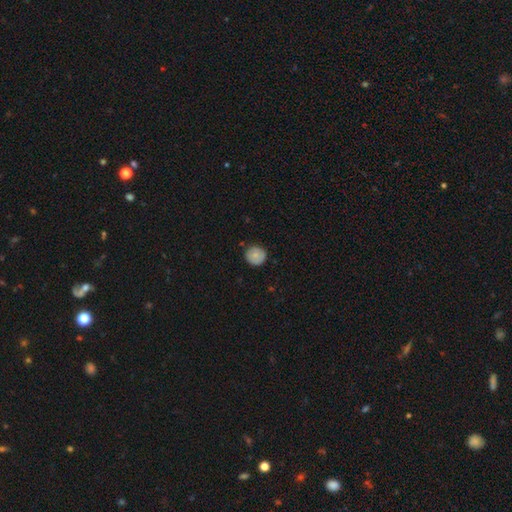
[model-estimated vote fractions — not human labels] smooth_or_featured: smooth (p=0.74) [alt: featured or disk p=0.18]
how_rounded: round (p=0.93) [alt: in between p=0.06]
merging: none (p=0.86) [alt: minor disturbance p=0.11]